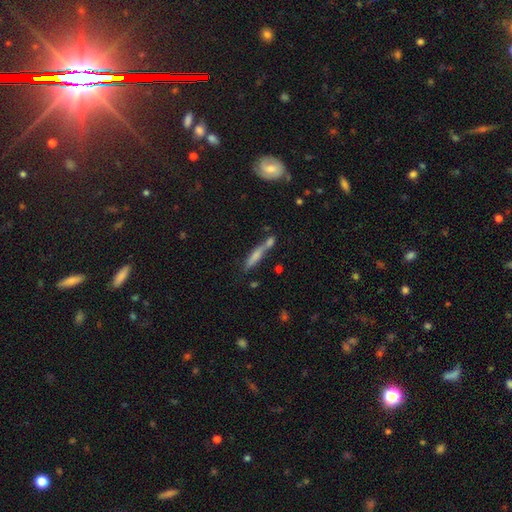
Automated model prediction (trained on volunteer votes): This appears to be a smooth galaxy with no disk features (61%) that is cigar-shaped (87%). Merging: none (45%).